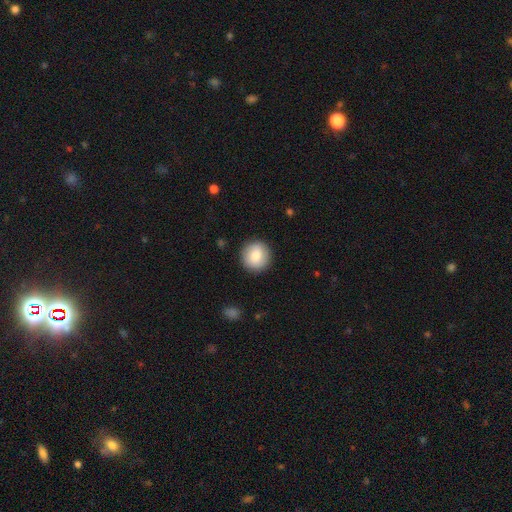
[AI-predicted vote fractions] Smooth or featured? smooth (83%)
How rounded? round (93%)
Merging? none (91%)